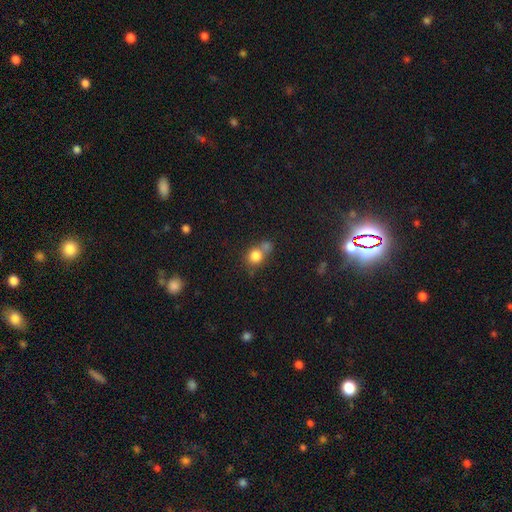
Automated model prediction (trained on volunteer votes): smooth-or-featured: smooth: 80% | star or artifact: 11% | featured or disk: 9%
  how-rounded: round: 78% | in between: 20% | cigar-shaped: 1%
  merging: none: 42% | merger: 41% | minor disturbance: 12% | major disturbance: 5%